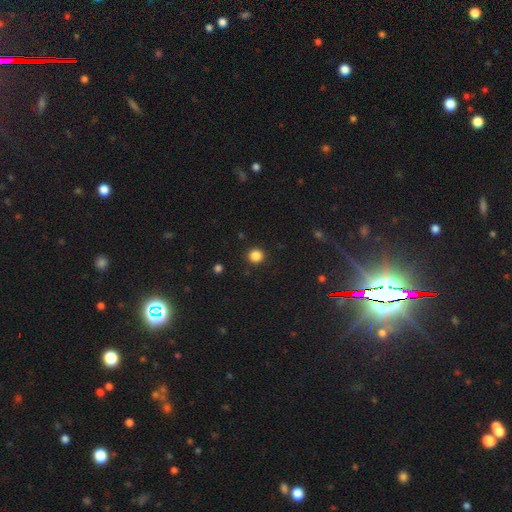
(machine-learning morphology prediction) A smooth galaxy with no disk features (85%) that is round (93%).

Vote fractions:
- Smooth or featured? smooth: 85% / star or artifact: 12% / featured or disk: 3%
- How rounded? round: 93% / in between: 6% / cigar-shaped: 1%
- Merging? none: 92% / minor disturbance: 5% / major disturbance: 2% / merger: 1%